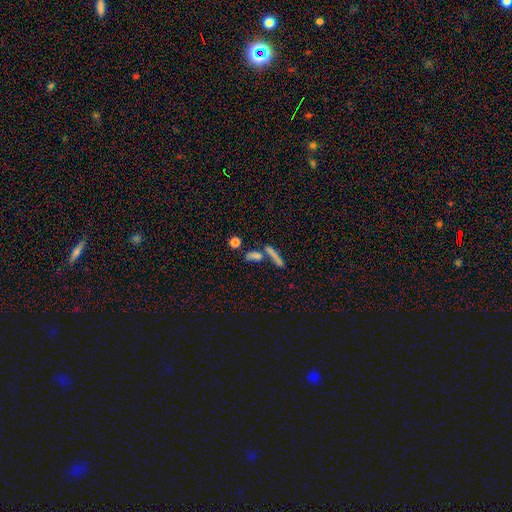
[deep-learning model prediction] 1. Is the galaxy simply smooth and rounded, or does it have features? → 70% smooth, 17% featured or disk, 13% star or artifact.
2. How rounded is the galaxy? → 45% cigar-shaped, 38% in between, 17% round.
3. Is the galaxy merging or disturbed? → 46% none, 35% merger, 11% minor disturbance, 8% major disturbance.